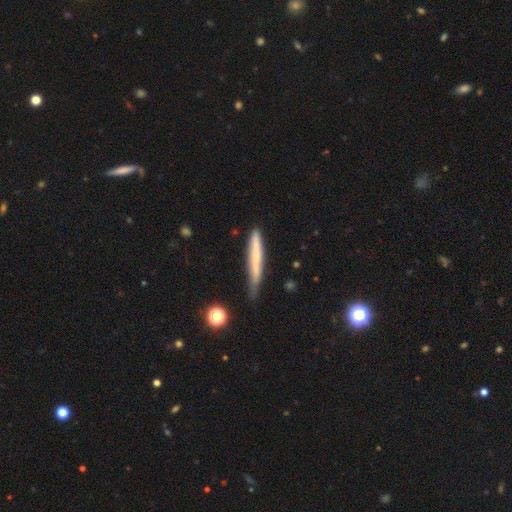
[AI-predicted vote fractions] Smooth or featured: smooth — 61% (featured or disk — 32%)
How rounded: cigar-shaped — 96% (in between — 3%)
Merging: none — 66% (minor disturbance — 27%)